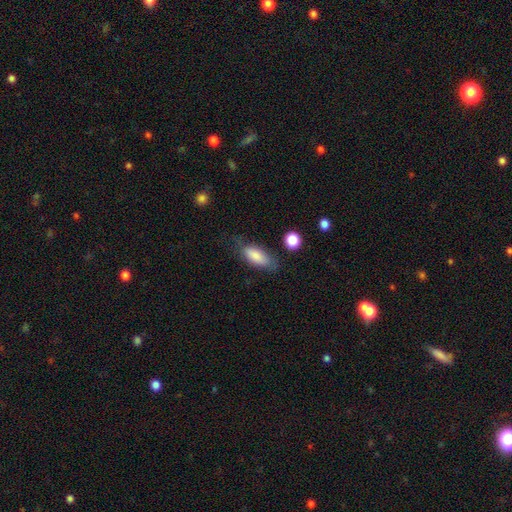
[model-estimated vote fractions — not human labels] Smooth or featured? Predicted: smooth (p=0.82). How rounded? Predicted: in between (p=0.81). Merging? Predicted: none (p=0.65).